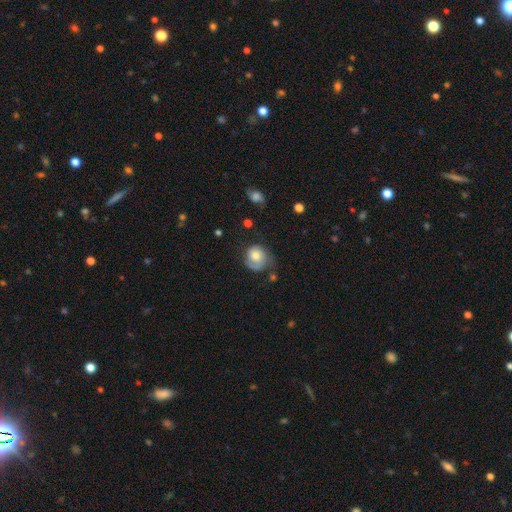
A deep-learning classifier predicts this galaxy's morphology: This appears to be a smooth galaxy with no disk features (57%) that is round (76%). Merging: none (49%).